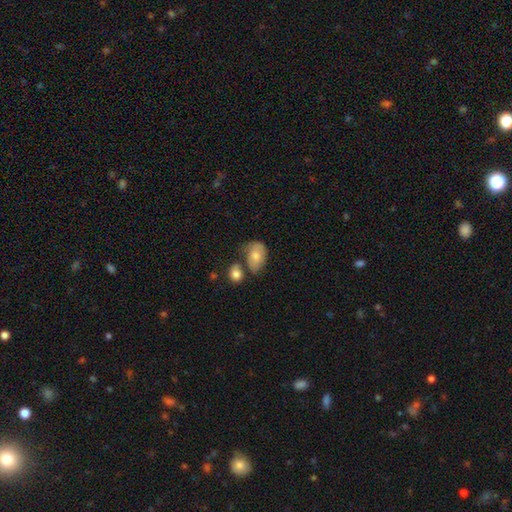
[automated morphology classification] Smooth or featured? Predicted: smooth (p=0.70). How rounded? Predicted: in between (p=0.82). Merging? Predicted: none (p=0.34).